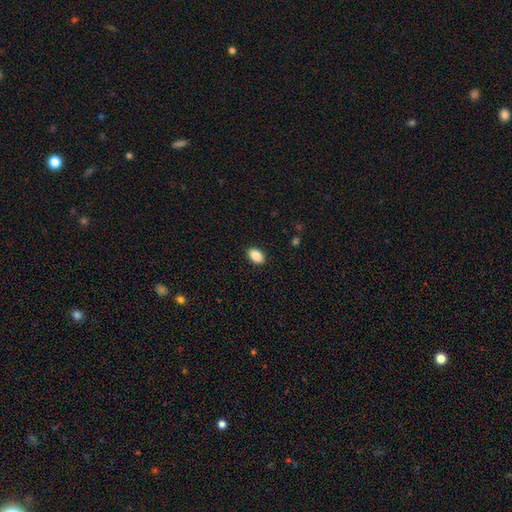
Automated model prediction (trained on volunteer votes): Overall: smooth (87%). How rounded: in between (90%). Merging: none (90%).